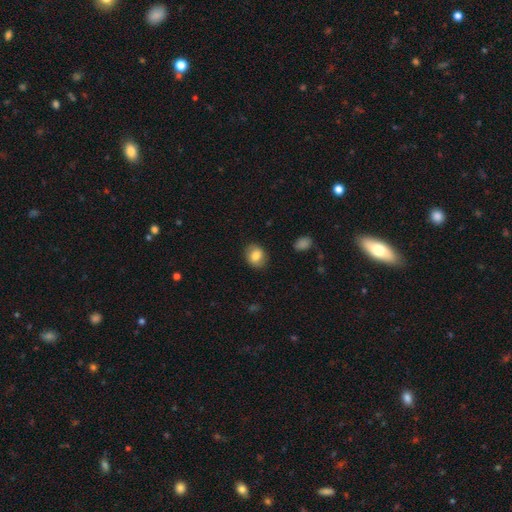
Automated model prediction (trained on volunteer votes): Q: Smooth or featured?
A: smooth (79%); runner-up: featured or disk (13%)
Q: How rounded?
A: round (57%); runner-up: in between (42%)
Q: Merging?
A: none (85%); runner-up: minor disturbance (11%)